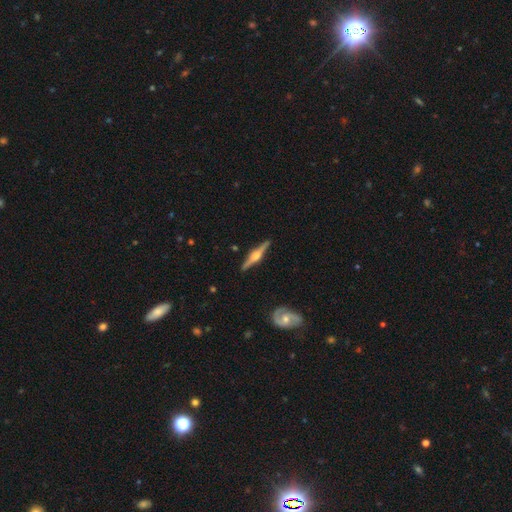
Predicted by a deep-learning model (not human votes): The model was most divided on "smooth or featured": featured or disk: 83%, smooth: 12%, star or artifact: 4%. More confident: edge-on disk — yes (98%); edge-on bulge — rounded (90%); merging — none (90%).